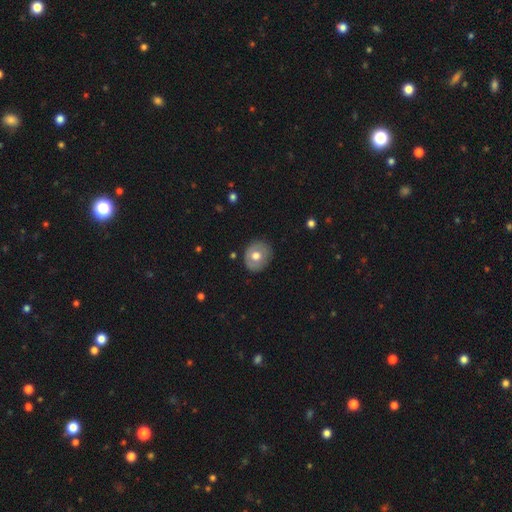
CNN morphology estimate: This appears to be a smooth galaxy with no disk features (62%) that is round (72%). Merging: none (84%).